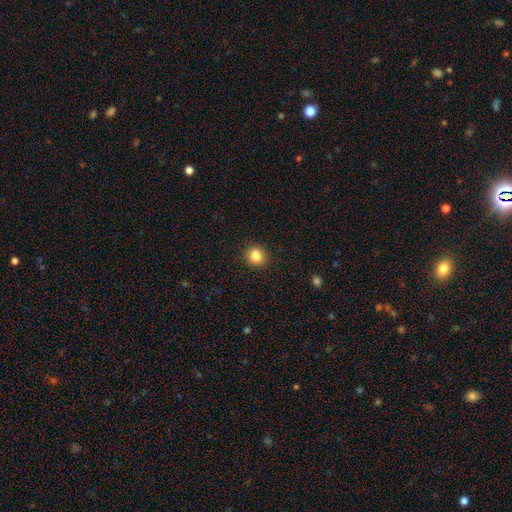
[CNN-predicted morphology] A smooth galaxy with no disk features (84%) that is round (80%).

Vote fractions:
- Smooth or featured? smooth: 84% / star or artifact: 11% / featured or disk: 5%
- How rounded? round: 80% / in between: 19% / cigar-shaped: 1%
- Merging? none: 89% / minor disturbance: 7% / major disturbance: 2% / merger: 2%